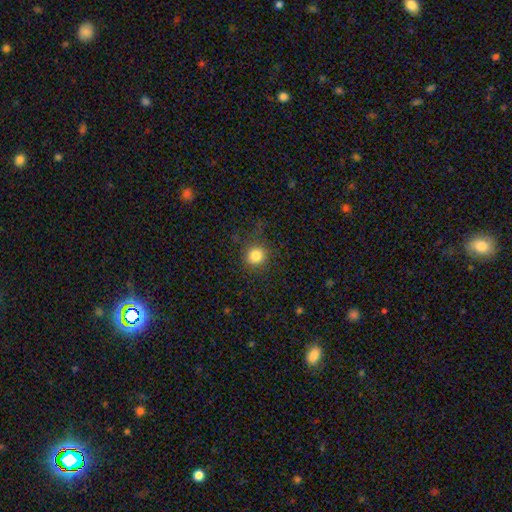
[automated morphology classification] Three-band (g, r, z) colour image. It shows a smooth galaxy with no disk features (83%) that is round (91%). Merging: none (83%).